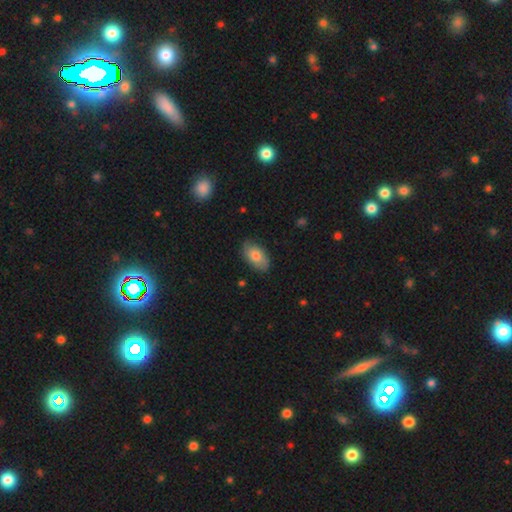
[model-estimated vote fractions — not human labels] Smooth or featured? smooth (75%)
How rounded? in between (93%)
Merging? none (80%)